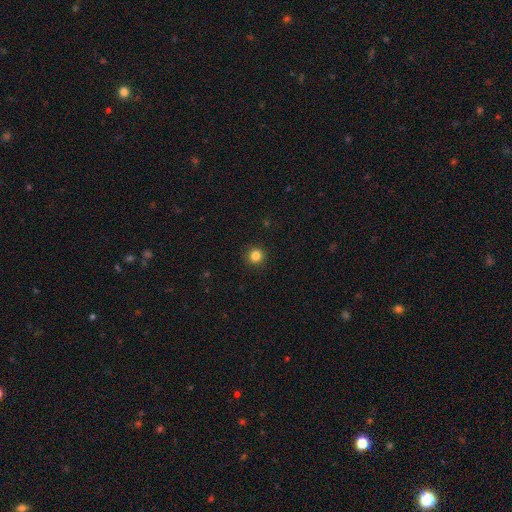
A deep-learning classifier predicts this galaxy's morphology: smooth-or-featured: smooth: 83% | star or artifact: 12% | featured or disk: 4%
  how-rounded: round: 95% | in between: 4% | cigar-shaped: 1%
  merging: none: 92% | minor disturbance: 5% | major disturbance: 2% | merger: 1%